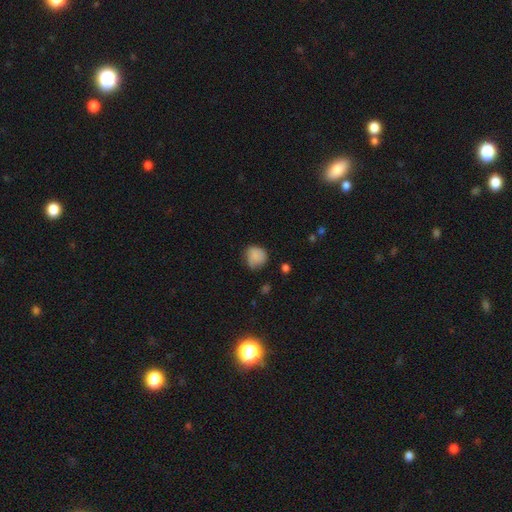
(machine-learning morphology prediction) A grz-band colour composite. It shows a smooth galaxy with no disk features (82%) that is round (81%). Merging: none (61%).